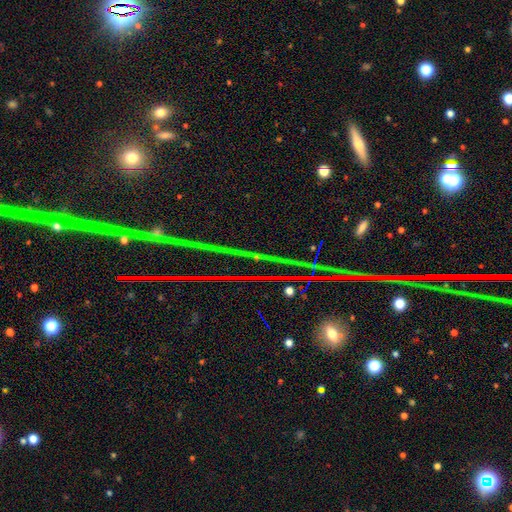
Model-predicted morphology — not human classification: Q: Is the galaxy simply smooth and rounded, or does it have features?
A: star or artifact — 79%.